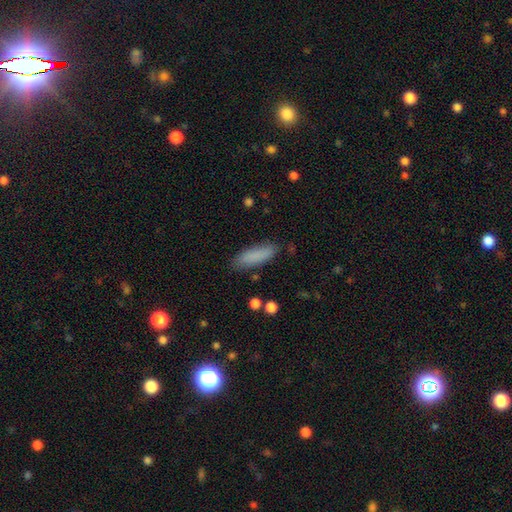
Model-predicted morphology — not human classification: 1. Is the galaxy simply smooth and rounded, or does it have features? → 86% smooth, 7% featured or disk, 7% star or artifact.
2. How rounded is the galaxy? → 53% cigar-shaped, 45% in between, 2% round.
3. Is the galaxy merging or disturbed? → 84% none, 12% minor disturbance, 3% major disturbance, 2% merger.